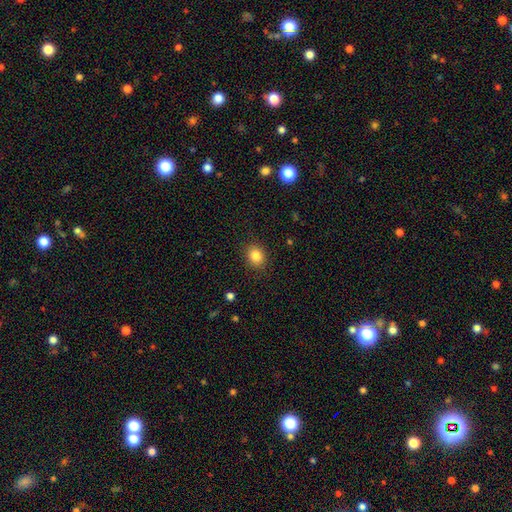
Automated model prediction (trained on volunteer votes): Q: Smooth or featured?
A: smooth (85%); runner-up: star or artifact (10%)
Q: How rounded?
A: round (57%); runner-up: in between (42%)
Q: Merging?
A: none (89%); runner-up: minor disturbance (8%)